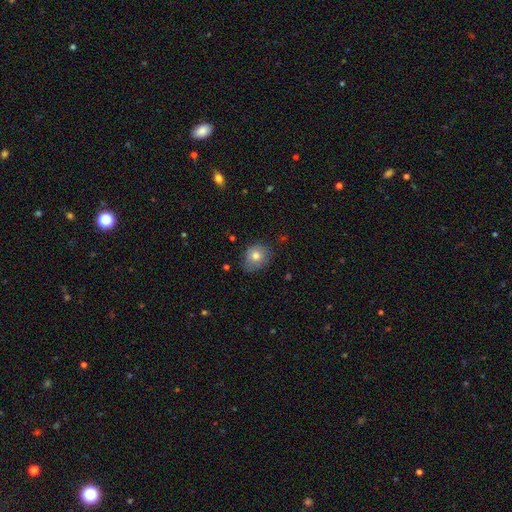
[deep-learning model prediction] Smooth or featured: smooth — 77% (featured or disk — 13%)
How rounded: round — 66% (in between — 33%)
Merging: none — 70% (minor disturbance — 24%)